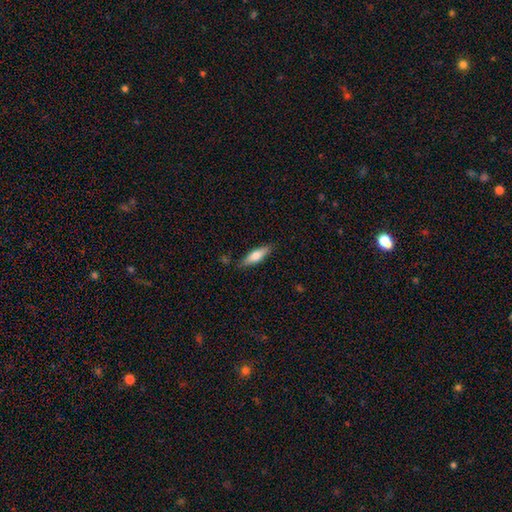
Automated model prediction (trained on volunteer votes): The model was most divided on "how rounded": cigar-shaped: 56%, in between: 42%, round: 2%. More confident: merging — none (83%); smooth or featured — smooth (64%).